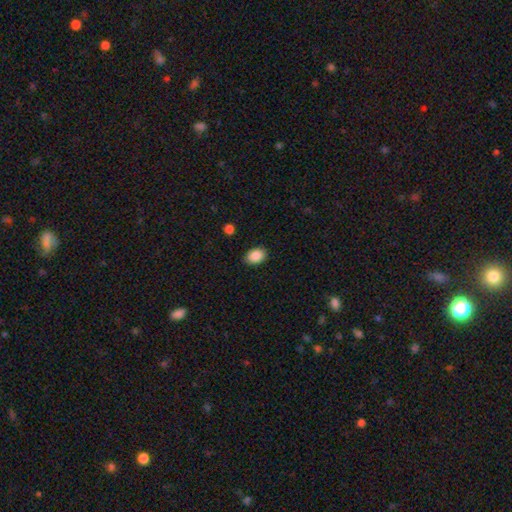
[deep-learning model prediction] Morphology: type=smooth (88%); roundness=in between (80%); merging=none (88%).